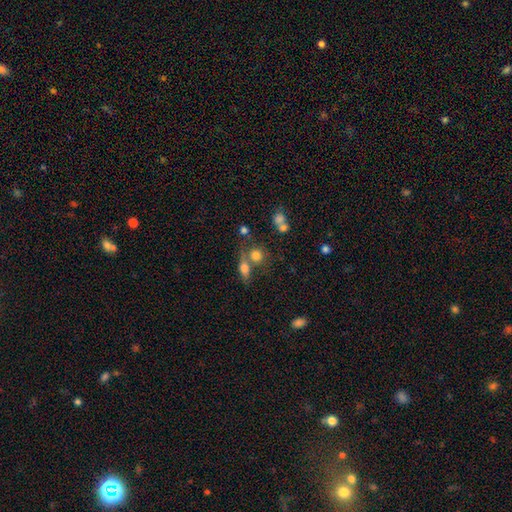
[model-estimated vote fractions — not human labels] A smooth galaxy with no disk features (74%) that is round (74%). Merging: none (48%).